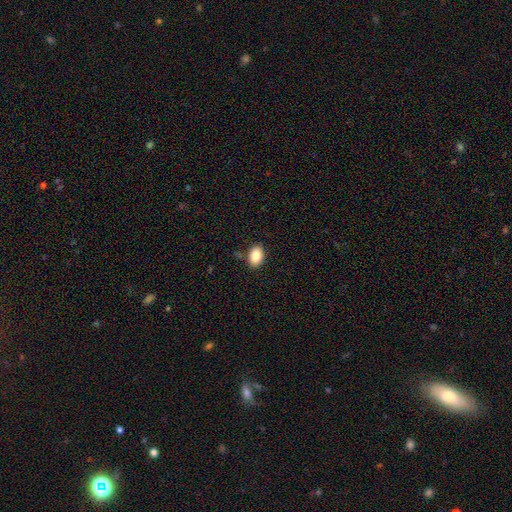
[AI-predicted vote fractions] This is clearly a smooth galaxy (86%). How rounded: clearly in between (85%). Merging: clearly none (87%).